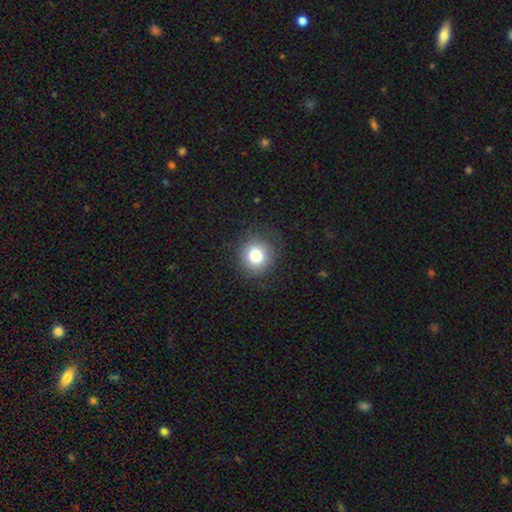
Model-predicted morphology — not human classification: This appears to be a smooth galaxy with no disk features (81%) that is round (91%). Merging: none (85%).